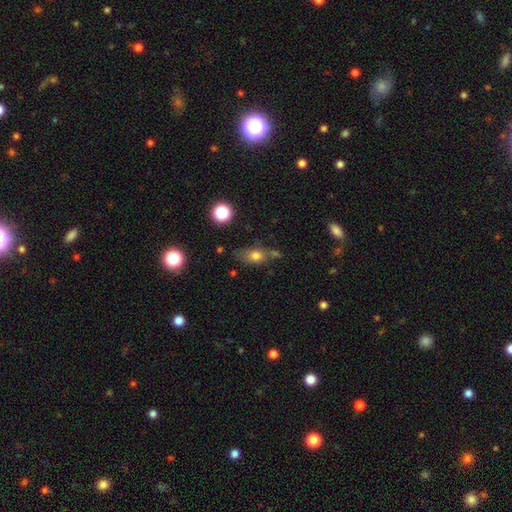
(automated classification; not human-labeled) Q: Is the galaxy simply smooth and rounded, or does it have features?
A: smooth — 72%.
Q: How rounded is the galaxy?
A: in between — 70%.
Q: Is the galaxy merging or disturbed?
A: none — 52%.